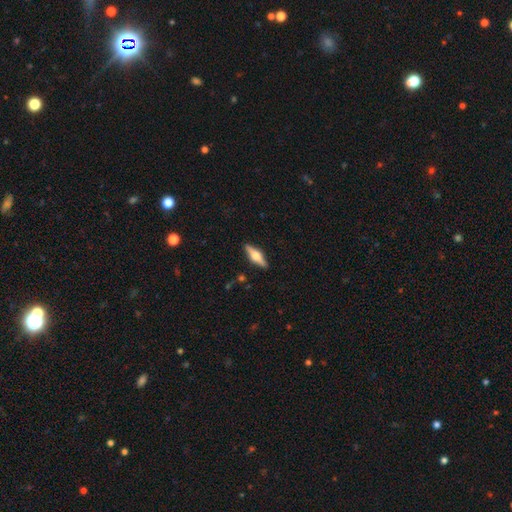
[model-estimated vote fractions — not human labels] smooth_or_featured: featured or disk (p=0.62) [alt: smooth p=0.32]
disk_edge_on: yes (p=0.96) [alt: no p=0.04]
edge_on_bulge: rounded (p=0.93) [alt: boxy p=0.05]
merging: none (p=0.90) [alt: minor disturbance p=0.08]